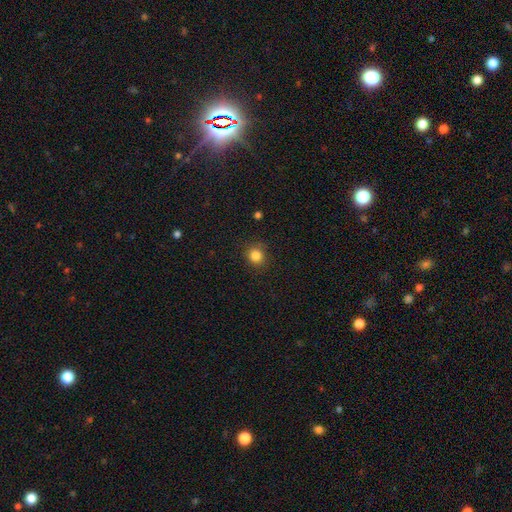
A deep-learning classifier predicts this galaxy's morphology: smooth 84%, star or artifact 11%, featured or disk 4%. Down the decision tree: how rounded — round (85%); merging — none (86%).